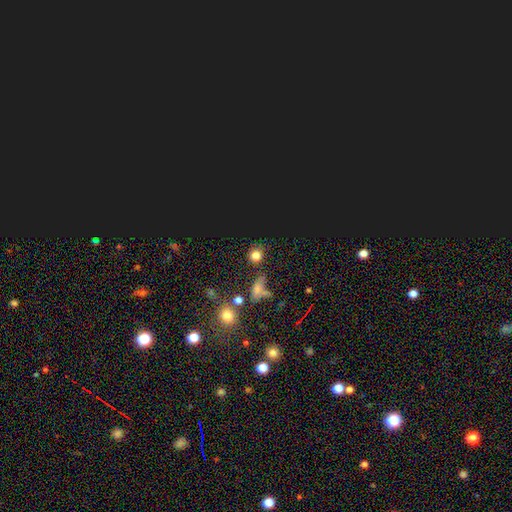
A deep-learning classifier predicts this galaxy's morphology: This appears to be a smooth galaxy with no disk features (69%) that is round (85%). Merging: none (78%).